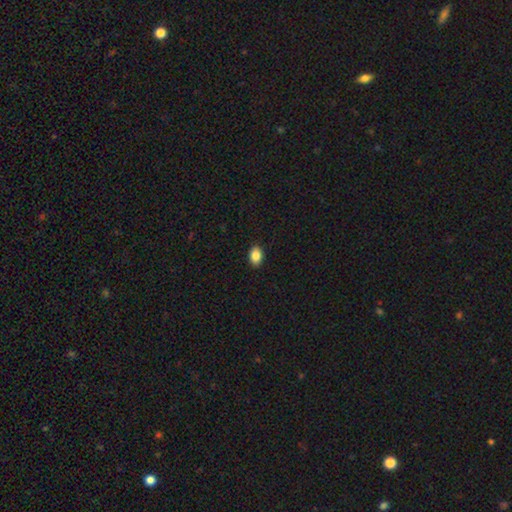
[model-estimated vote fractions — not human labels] Morphology: type=smooth (86%); roundness=in between (81%); merging=none (91%).